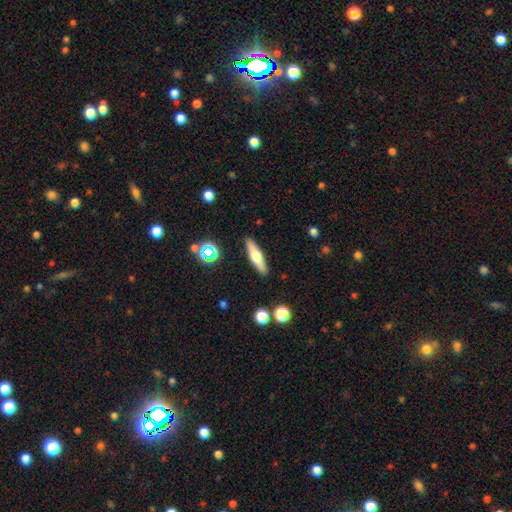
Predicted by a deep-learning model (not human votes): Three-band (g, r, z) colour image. It shows a smooth galaxy with no disk features (48%). Merging: none (89%).